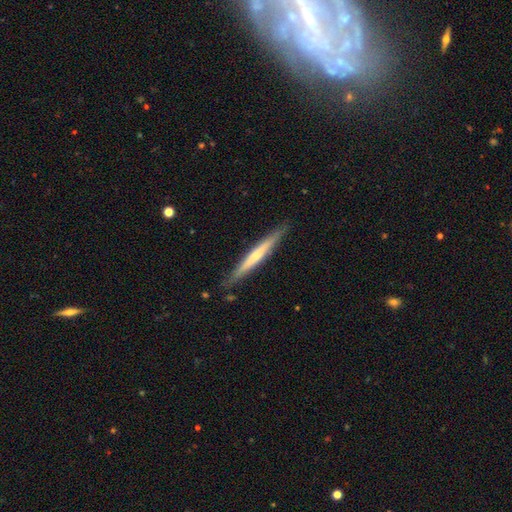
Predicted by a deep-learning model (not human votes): A featured or disk galaxy (54%) viewed edge-on (96%) with no central bulge (50%). Merging: none (87%).